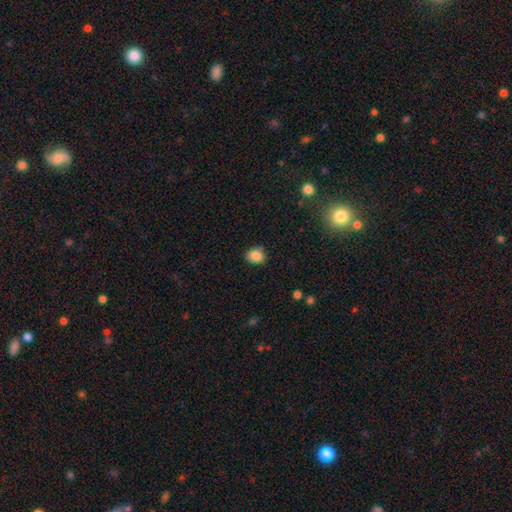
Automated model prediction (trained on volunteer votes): Overall: smooth (85%). How rounded: round (65%; in between 34%). Merging: none (80%).